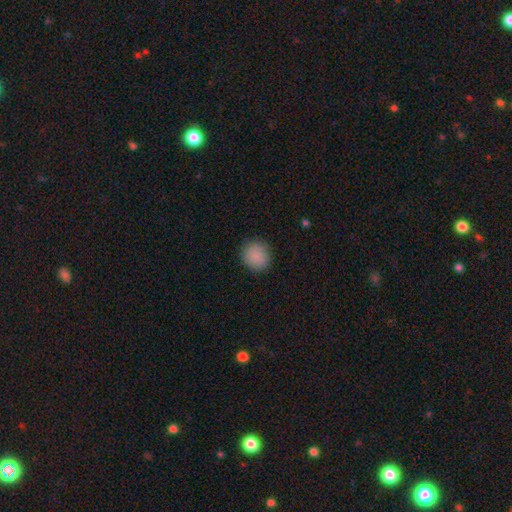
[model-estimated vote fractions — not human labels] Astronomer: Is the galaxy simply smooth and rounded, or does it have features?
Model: smooth — 88%.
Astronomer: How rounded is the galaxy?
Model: round — 86%.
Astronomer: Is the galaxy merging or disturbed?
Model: none — 88%.